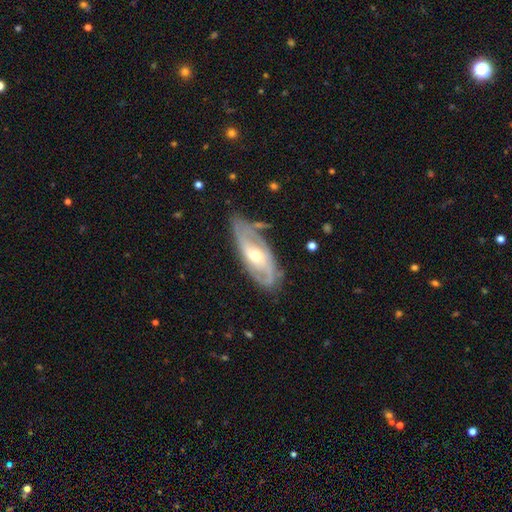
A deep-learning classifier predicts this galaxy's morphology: smooth-or-featured: featured or disk: 79% | smooth: 16% | star or artifact: 5%
  disk-edge-on: no: 89% | yes: 11%
    bar: no: 51% | weak: 35% | strong: 14%
    has-spiral-arms: yes: 88% | no: 12%
      spiral-winding: tight: 41% | medium: 40% | loose: 19%
      spiral-arm-count: 2: 67% | can't tell: 19% | 3: 6% | 1: 4% | 4: 2% | more than 4: 2%
    bulge-size: moderate: 62% | small: 33% | large: 3% | none: 1% | dominant: 1%
  merging: none: 72% | minor disturbance: 19% | major disturbance: 6% | merger: 3%